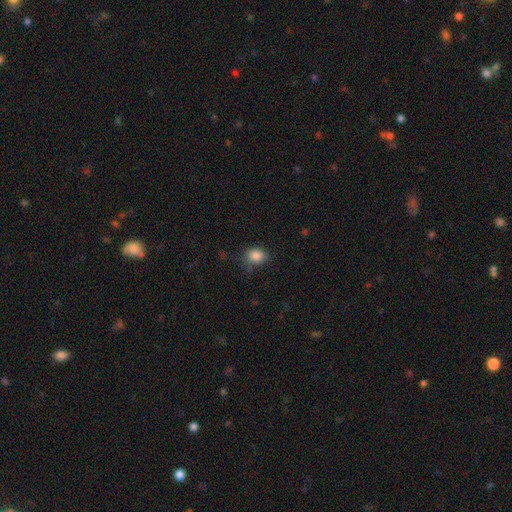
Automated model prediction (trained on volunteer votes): Smooth or featured? Predicted: smooth (p=0.85). How rounded? Predicted: round (p=0.57). Merging? Predicted: none (p=0.69).